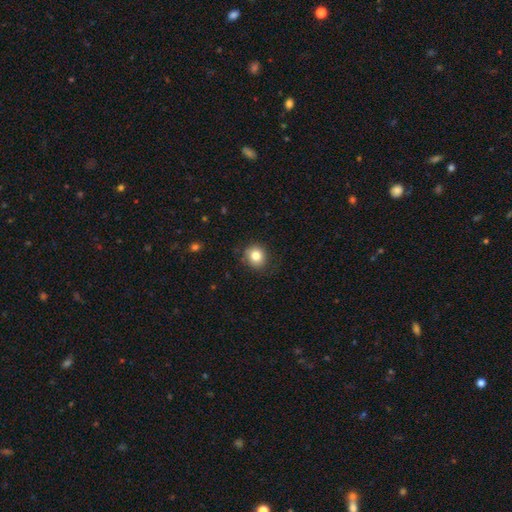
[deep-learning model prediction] Q: Smooth or featured?
A: smooth (82%); runner-up: star or artifact (10%)
Q: How rounded?
A: round (83%); runner-up: in between (16%)
Q: Merging?
A: none (83%); runner-up: minor disturbance (12%)